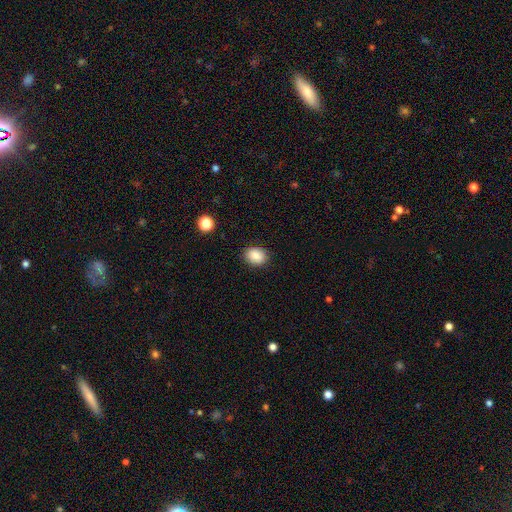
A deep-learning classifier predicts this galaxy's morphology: The model was most divided on "how rounded": in between: 61%, round: 38%, cigar-shaped: 1%. More confident: merging — none (87%); smooth or featured — smooth (87%).